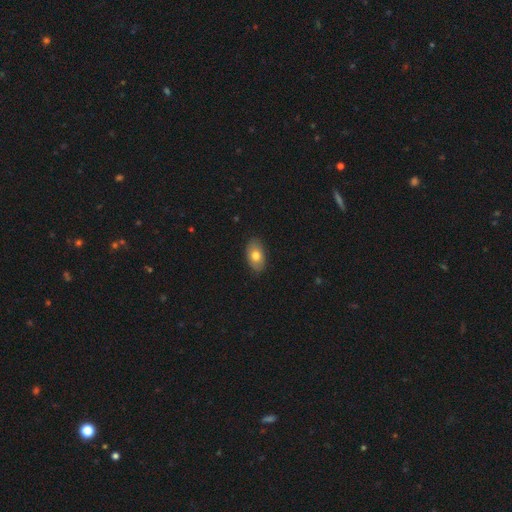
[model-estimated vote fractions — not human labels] A smooth galaxy with no disk features (76%) that is in between round and cigar-shaped (91%). Merging: none (85%).